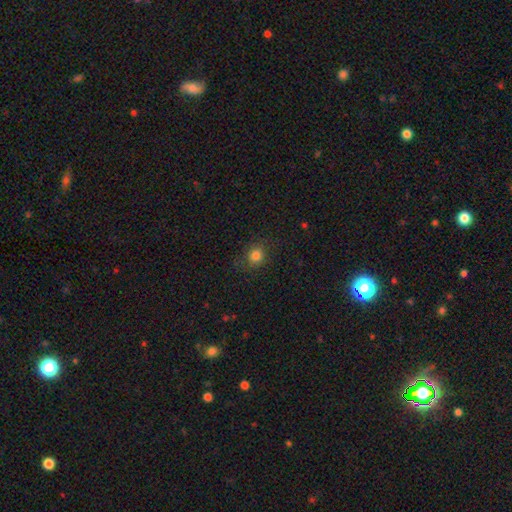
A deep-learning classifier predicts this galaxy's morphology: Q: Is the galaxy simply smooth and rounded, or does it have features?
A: smooth — 81%.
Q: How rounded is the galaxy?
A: round — 75%.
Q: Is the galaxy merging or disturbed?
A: none — 81%.